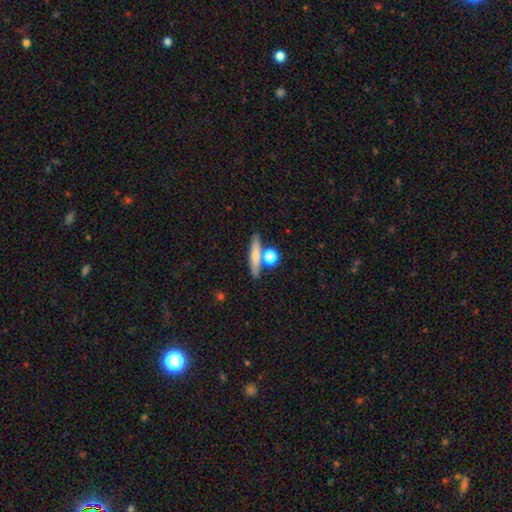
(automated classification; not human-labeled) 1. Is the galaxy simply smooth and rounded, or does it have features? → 67% smooth, 24% featured or disk, 9% star or artifact.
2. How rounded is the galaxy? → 71% cigar-shaped, 15% in between, 14% round.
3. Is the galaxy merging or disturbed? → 70% none, 17% merger, 10% minor disturbance, 4% major disturbance.